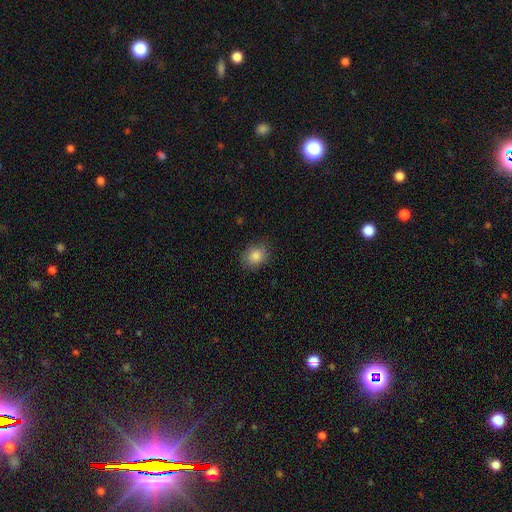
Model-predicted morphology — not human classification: smooth-or-featured: smooth: 85% | star or artifact: 9% | featured or disk: 6%
  how-rounded: round: 54% | in between: 46% | cigar-shaped: 1%
  merging: none: 83% | minor disturbance: 13% | major disturbance: 3% | merger: 1%